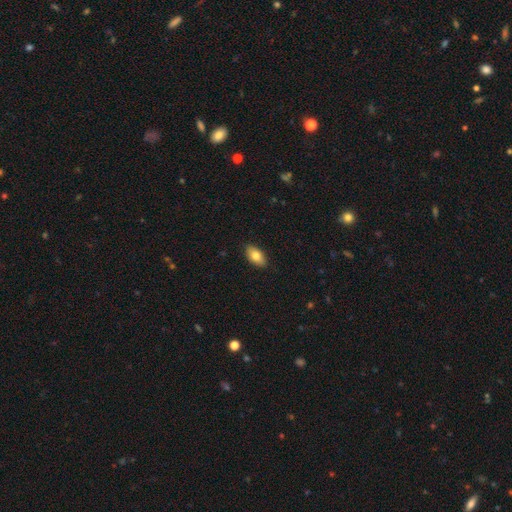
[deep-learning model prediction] This appears to be a smooth galaxy with no disk features (79%) that is in between round and cigar-shaped (92%). Merging: none (89%).